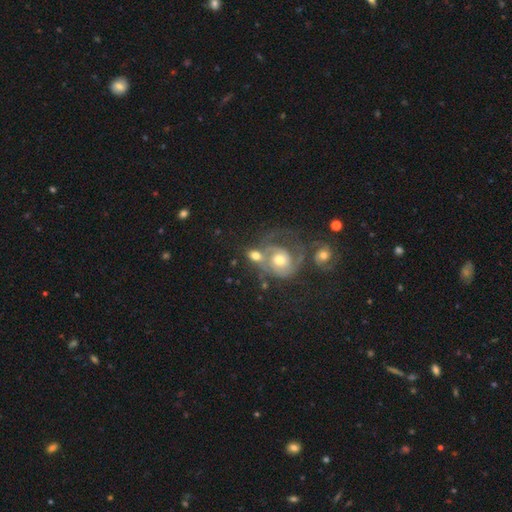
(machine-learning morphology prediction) The model was most divided on "smooth or featured": featured or disk: 55%, smooth: 36%, star or artifact: 9%. More confident: edge-on disk — no (96%); spiral arms — yes (77%); bar — no (71%); bulge size — moderate (63%); merging — merger (51%).